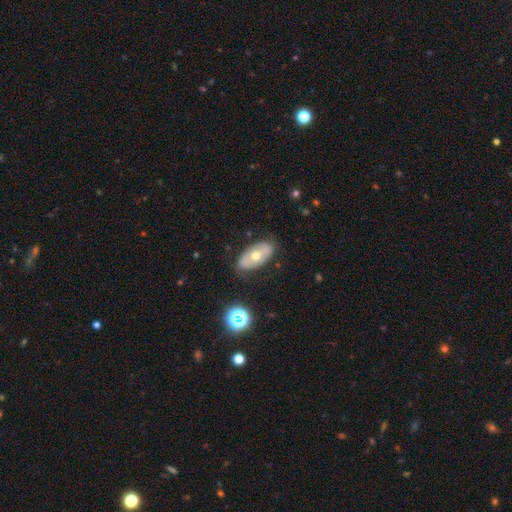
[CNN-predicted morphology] smooth_or_featured: smooth (p=0.49) [alt: featured or disk p=0.43]
merging: none (p=0.79) [alt: minor disturbance p=0.15]